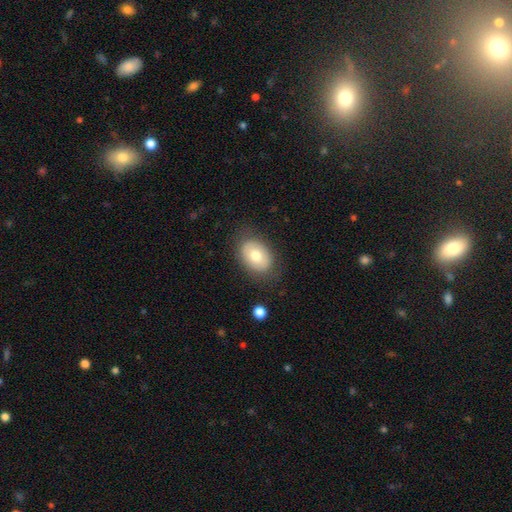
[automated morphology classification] Smooth or featured: smooth — 72% (featured or disk — 20%)
How rounded: in between — 79% (round — 20%)
Merging: none — 81% (minor disturbance — 13%)